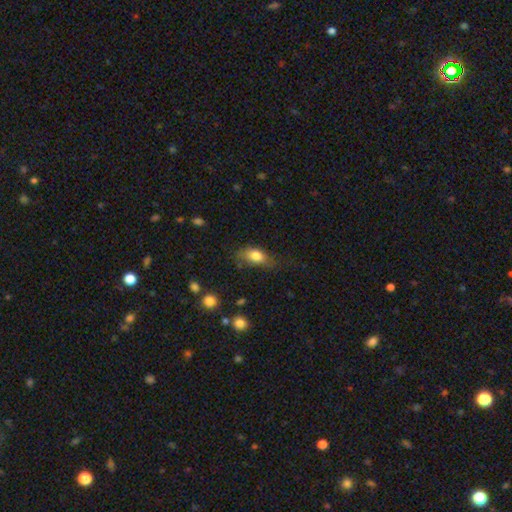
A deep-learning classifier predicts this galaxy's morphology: smooth-or-featured: smooth: 78% | featured or disk: 14% | star or artifact: 8%
  how-rounded: in between: 86% | round: 9% | cigar-shaped: 6%
  merging: none: 51% | minor disturbance: 32% | major disturbance: 14% | merger: 2%